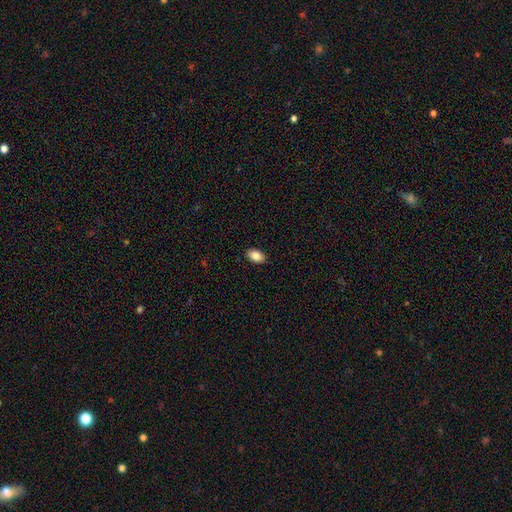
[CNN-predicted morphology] smooth_or_featured: smooth (p=0.87) [alt: star or artifact p=0.08]
how_rounded: in between (p=0.89) [alt: round p=0.09]
merging: none (p=0.89) [alt: minor disturbance p=0.08]